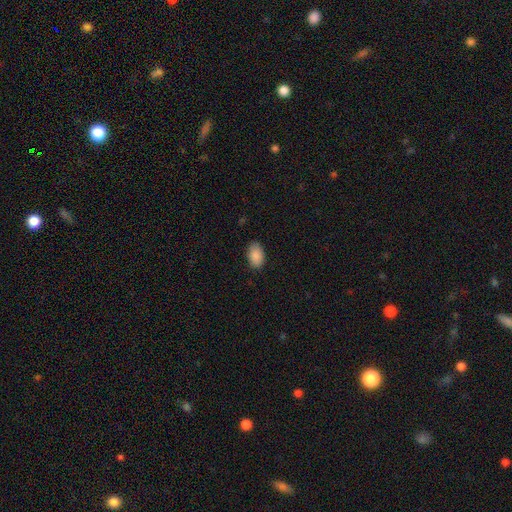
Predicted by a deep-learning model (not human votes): Q: Smooth or featured?
A: smooth (89%); runner-up: star or artifact (7%)
Q: How rounded?
A: in between (92%); runner-up: round (7%)
Q: Merging?
A: none (85%); runner-up: minor disturbance (11%)